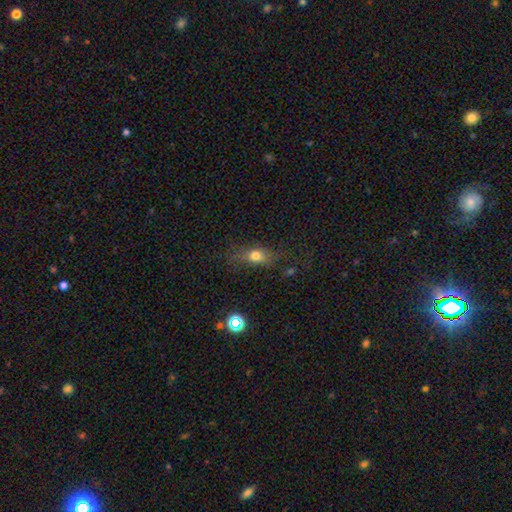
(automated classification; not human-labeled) smooth 68%, featured or disk 16%, star or artifact 16%. Down the decision tree: how rounded — in between (60%); merging — none (64%).